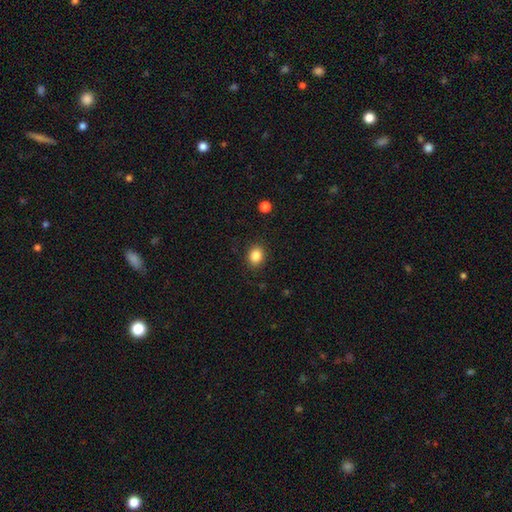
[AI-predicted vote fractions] Smooth or featured?
  - smooth: 85% *
  - star or artifact: 10%
  - featured or disk: 5%
How rounded?
  - round: 53% *
  - in between: 46%
  - cigar-shaped: 1%
Merging?
  - none: 89% *
  - minor disturbance: 8%
  - major disturbance: 2%
  - merger: 1%